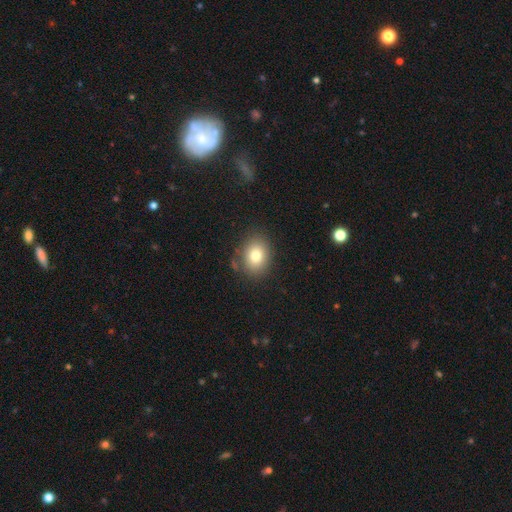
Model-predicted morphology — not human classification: smooth_or_featured: smooth (p=0.79) [alt: featured or disk p=0.11]
how_rounded: in between (p=0.56) [alt: round p=0.43]
merging: none (p=0.82) [alt: minor disturbance p=0.12]